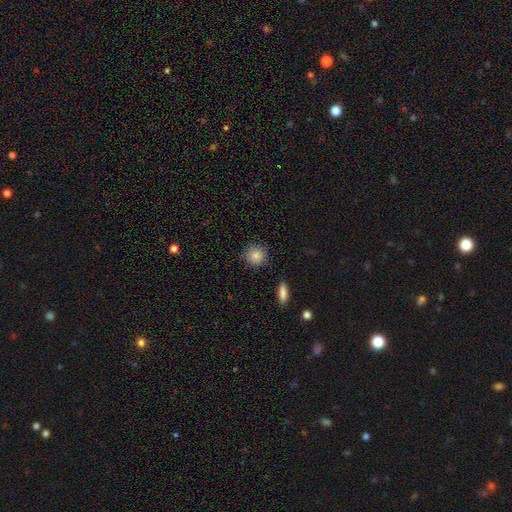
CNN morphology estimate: Smooth or featured?
  - smooth: 85% *
  - star or artifact: 9%
  - featured or disk: 6%
How rounded?
  - round: 91% *
  - in between: 8%
  - cigar-shaped: 1%
Merging?
  - none: 85% *
  - minor disturbance: 11%
  - major disturbance: 3%
  - merger: 2%